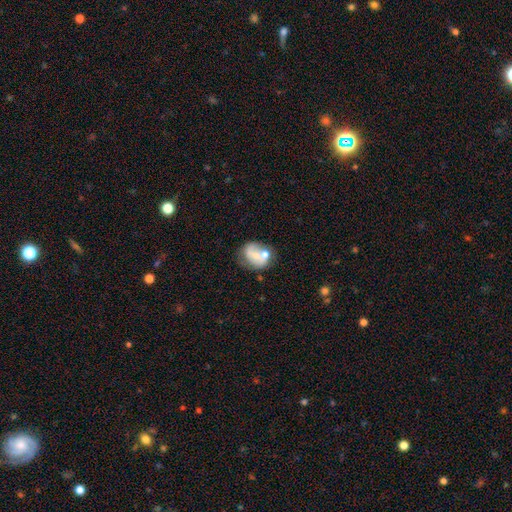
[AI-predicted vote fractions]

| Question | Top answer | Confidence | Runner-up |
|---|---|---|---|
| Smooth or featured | featured or disk | 50% | smooth (41%) |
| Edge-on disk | no | 97% | yes (3%) |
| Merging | none | 39% | merger (31%) |